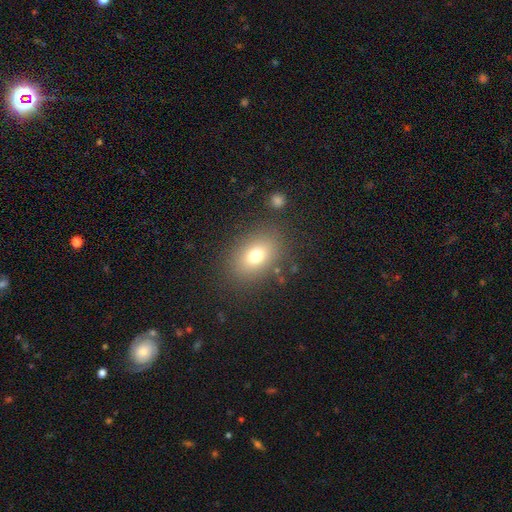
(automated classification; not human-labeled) A smooth galaxy with no disk features (74%) that is in between round and cigar-shaped (71%). Merging: none (83%).